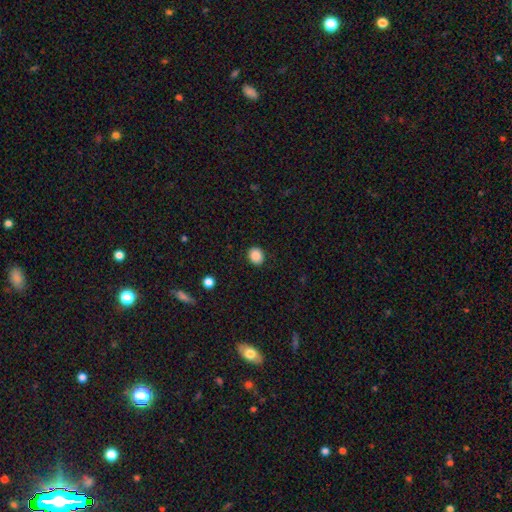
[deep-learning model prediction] Smooth or featured?
  - smooth: 88% *
  - star or artifact: 9%
  - featured or disk: 3%
How rounded?
  - round: 61% *
  - in between: 38%
  - cigar-shaped: 1%
Merging?
  - none: 89% *
  - minor disturbance: 8%
  - major disturbance: 2%
  - merger: 1%